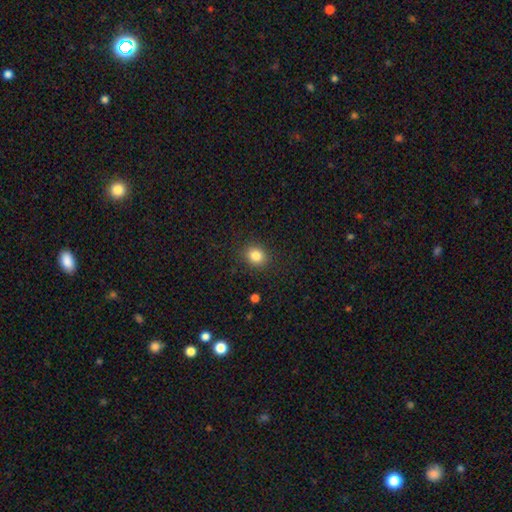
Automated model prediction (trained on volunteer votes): A smooth galaxy with no disk features (84%) that is round (72%).

Vote fractions:
- Smooth or featured? smooth: 84% / star or artifact: 11% / featured or disk: 5%
- How rounded? round: 72% / in between: 27% / cigar-shaped: 1%
- Merging? none: 88% / minor disturbance: 8% / major disturbance: 3% / merger: 1%